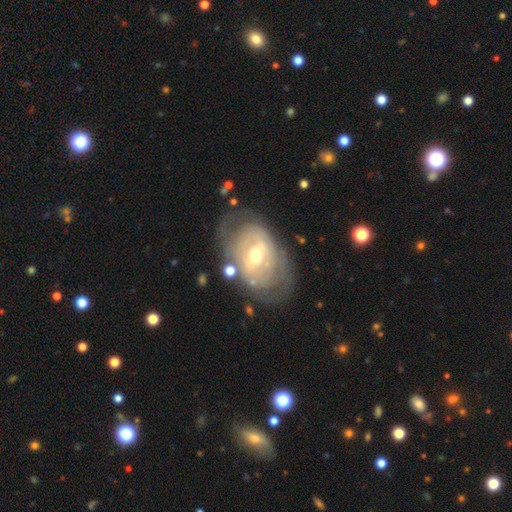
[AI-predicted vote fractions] Smooth or featured?
  - featured or disk: 75% *
  - smooth: 19%
  - star or artifact: 6%
Edge-on disk?
  - no: 94% *
  - yes: 6%
Bar?
  - weak: 45% *
  - strong: 31%
  - no: 24%
Spiral arms?
  - yes: 58% *
  - no: 42%
Bulge size?
  - moderate: 58% *
  - small: 36%
  - large: 4%
  - none: 1%
  - dominant: 1%
Merging?
  - none: 66% *
  - minor disturbance: 19%
  - major disturbance: 11%
  - merger: 4%